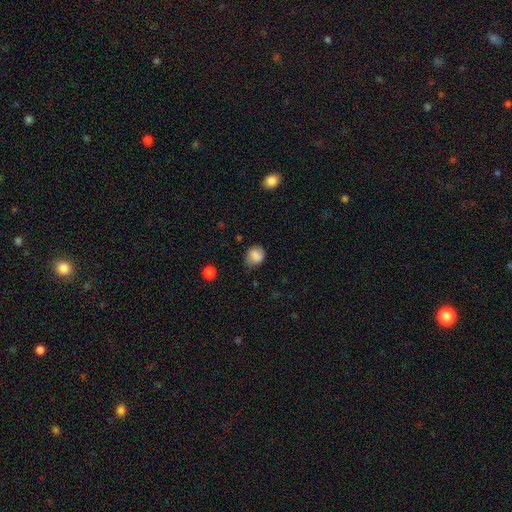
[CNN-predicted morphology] smooth-or-featured: smooth: 83% | star or artifact: 9% | featured or disk: 9%
  how-rounded: round: 59% | in between: 40% | cigar-shaped: 1%
  merging: none: 62% | minor disturbance: 29% | major disturbance: 7% | merger: 2%